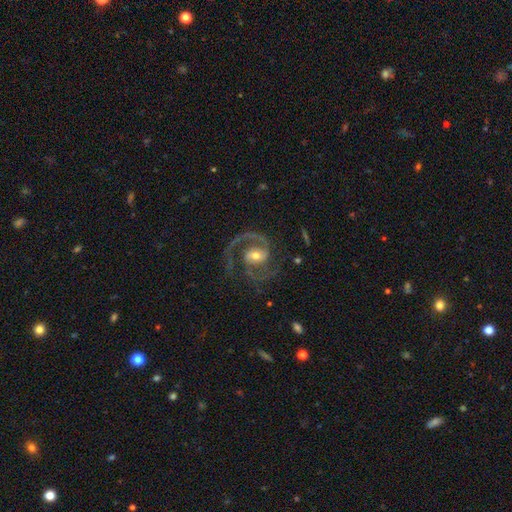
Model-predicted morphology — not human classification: Smooth or featured? Predicted: featured or disk (p=0.92). Edge-on disk? Predicted: no (p=0.98). Bar? Predicted: weak (p=0.45). Spiral arms? Predicted: yes (p=0.98). Spiral winding? Predicted: medium (p=0.60). Spiral arm count? Predicted: 2 (p=0.84). Bulge size? Predicted: moderate (p=0.58). Merging? Predicted: none (p=0.71).